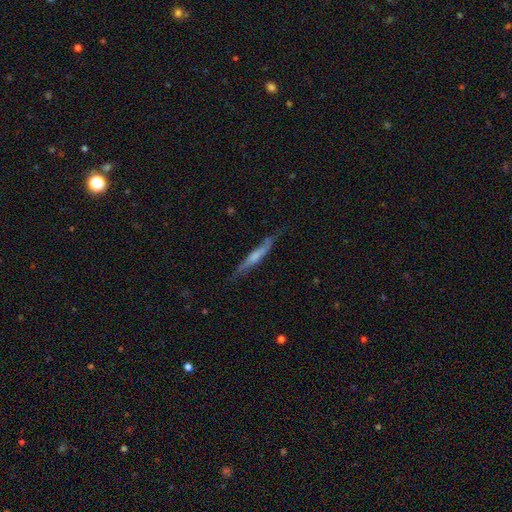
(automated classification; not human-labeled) This appears to be a featured or disk galaxy (51%) viewed edge-on (86%). Merging: none (68%).